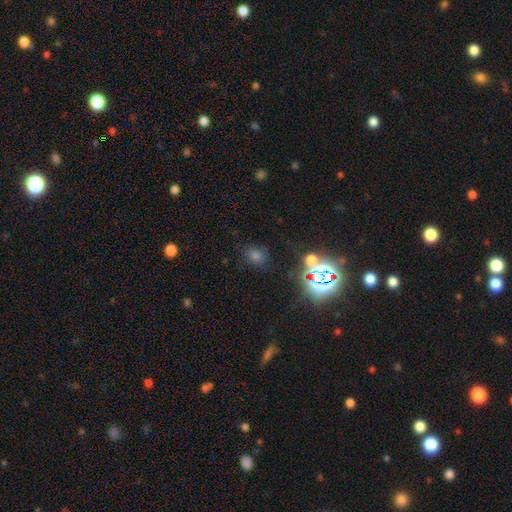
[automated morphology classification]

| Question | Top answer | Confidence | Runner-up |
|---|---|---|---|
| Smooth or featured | star or artifact | 46% | smooth (45%) |